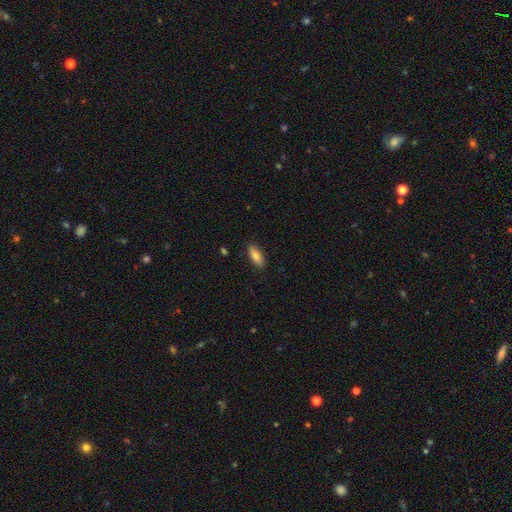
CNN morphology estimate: The model was most divided on "how rounded": in between: 66%, cigar-shaped: 32%, round: 2%. More confident: merging — none (87%); smooth or featured — smooth (77%).